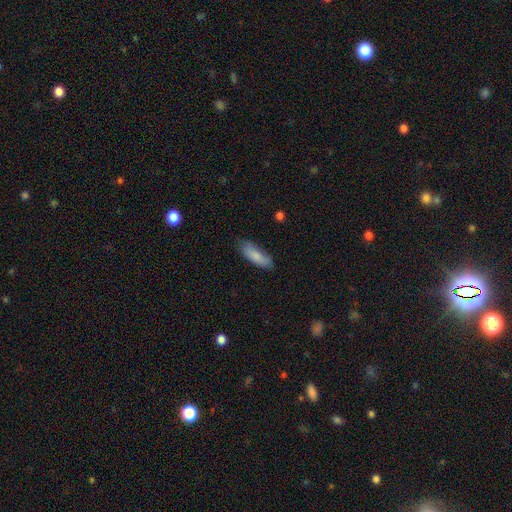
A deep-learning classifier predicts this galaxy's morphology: smooth 83%, featured or disk 11%, star or artifact 6%. Down the decision tree: how rounded — in between (61%); merging — none (70%).